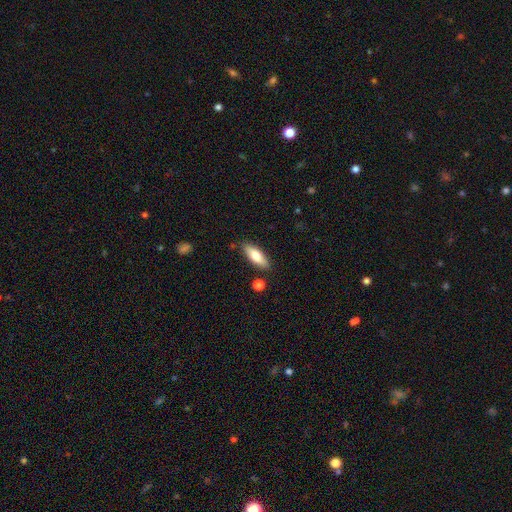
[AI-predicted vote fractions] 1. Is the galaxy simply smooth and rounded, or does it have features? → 73% smooth, 21% featured or disk, 6% star or artifact.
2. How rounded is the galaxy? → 61% in between, 37% cigar-shaped, 2% round.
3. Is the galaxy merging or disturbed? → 83% none, 12% minor disturbance, 3% merger, 2% major disturbance.